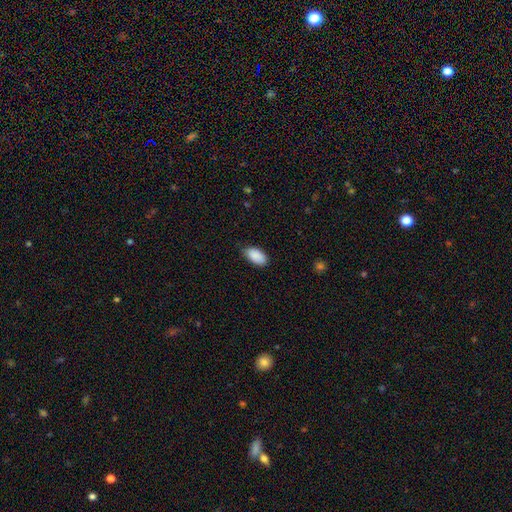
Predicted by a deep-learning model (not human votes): smooth-or-featured: smooth: 90% | star or artifact: 6% | featured or disk: 3%
  how-rounded: in between: 95% | round: 3% | cigar-shaped: 2%
  merging: none: 77% | minor disturbance: 19% | major disturbance: 3% | merger: 1%